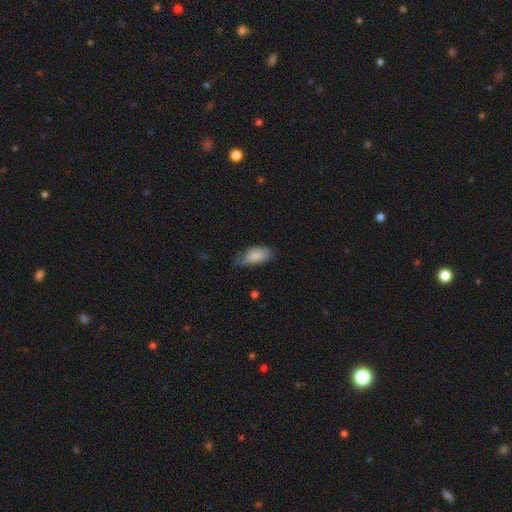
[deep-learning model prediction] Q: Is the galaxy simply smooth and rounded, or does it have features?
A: smooth — 83%.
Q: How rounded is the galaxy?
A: in between — 91%.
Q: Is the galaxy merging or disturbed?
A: none — 52%.